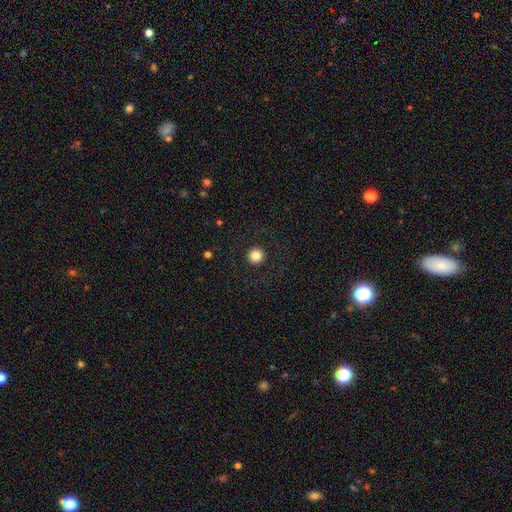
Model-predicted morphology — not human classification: smooth_or_featured: smooth (p=0.83) [alt: star or artifact p=0.11]
how_rounded: round (p=0.96) [alt: in between p=0.03]
merging: none (p=0.92) [alt: minor disturbance p=0.04]